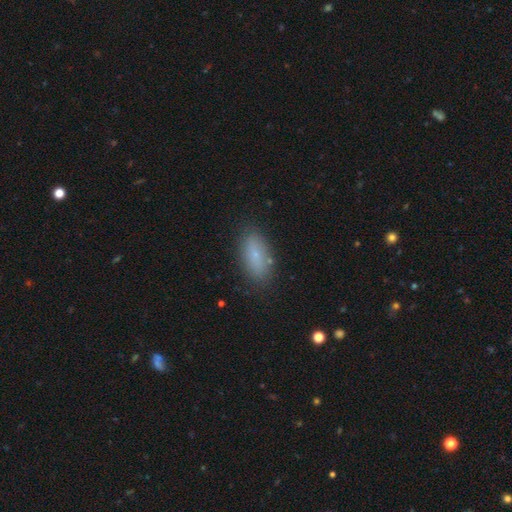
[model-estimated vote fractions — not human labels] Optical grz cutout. It shows a smooth galaxy with no disk features (75%) that is in between round and cigar-shaped (81%). Merging: none (83%).